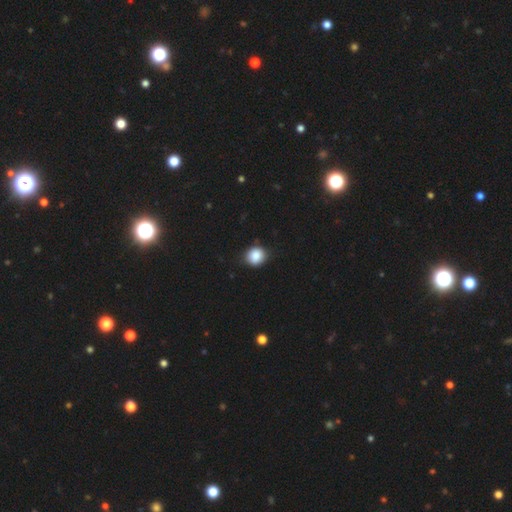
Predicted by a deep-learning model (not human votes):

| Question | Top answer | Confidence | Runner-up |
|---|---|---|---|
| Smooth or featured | smooth | 87% | star or artifact (9%) |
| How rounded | round | 81% | in between (18%) |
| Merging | none | 82% | minor disturbance (14%) |